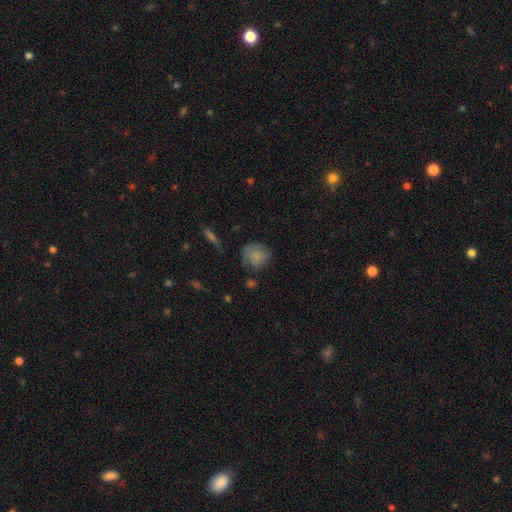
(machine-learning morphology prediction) A smooth galaxy with no disk features (81%) that is round (83%). Merging: none (64%).